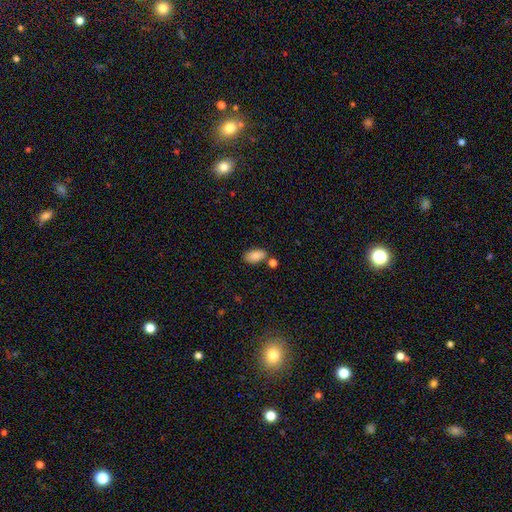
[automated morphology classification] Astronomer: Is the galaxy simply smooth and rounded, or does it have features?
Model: smooth — 85%.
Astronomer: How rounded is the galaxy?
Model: in between — 93%.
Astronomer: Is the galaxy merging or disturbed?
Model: none — 69%.